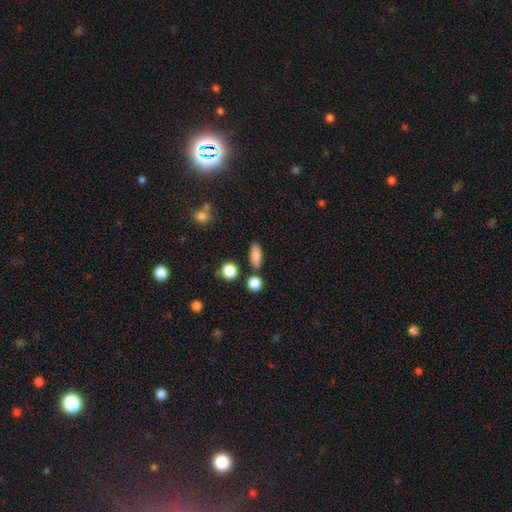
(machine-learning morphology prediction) A smooth galaxy with no disk features (85%) that is in between round and cigar-shaped (76%).

Vote fractions:
- Smooth or featured? smooth: 85% / star or artifact: 9% / featured or disk: 6%
- How rounded? in between: 76% / cigar-shaped: 14% / round: 10%
- Merging? none: 82% / minor disturbance: 9% / merger: 6% / major disturbance: 3%